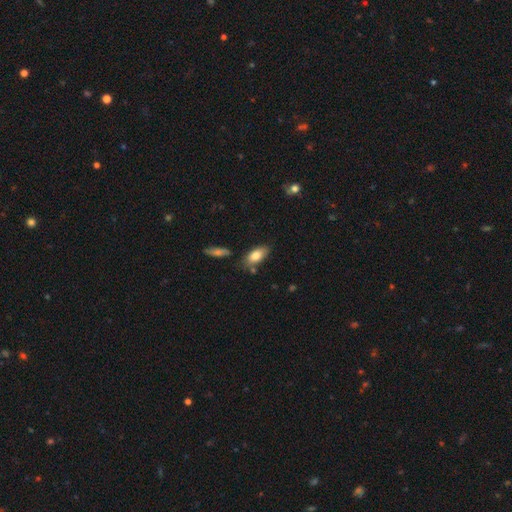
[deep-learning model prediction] Smooth or featured? smooth (80%)
How rounded? in between (90%)
Merging? none (73%)